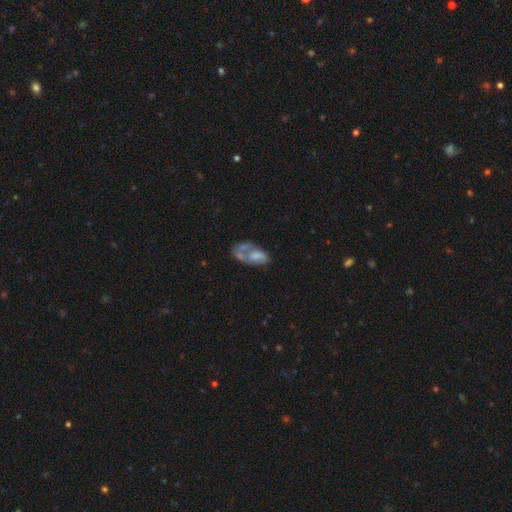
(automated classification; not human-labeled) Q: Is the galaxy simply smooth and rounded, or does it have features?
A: featured or disk — 52%.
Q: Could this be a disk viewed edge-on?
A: no — 96%.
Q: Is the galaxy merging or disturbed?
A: major disturbance — 35%.